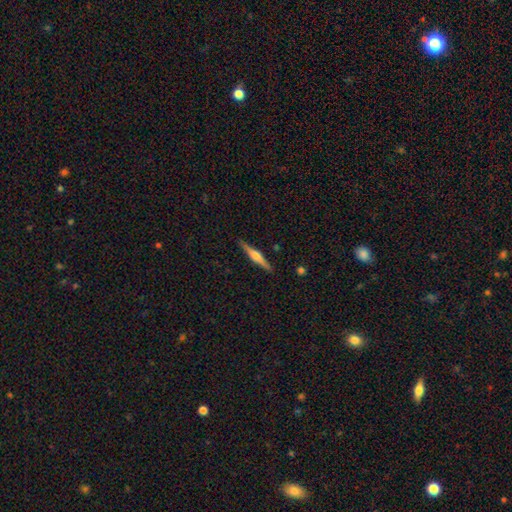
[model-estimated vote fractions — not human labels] smooth_or_featured: featured or disk (p=0.68) [alt: smooth p=0.26]
disk_edge_on: yes (p=0.98) [alt: no p=0.02]
edge_on_bulge: rounded (p=0.84) [alt: boxy p=0.11]
merging: none (p=0.90) [alt: minor disturbance p=0.07]